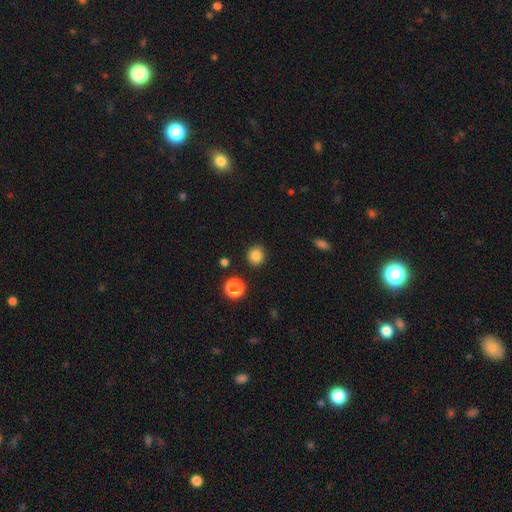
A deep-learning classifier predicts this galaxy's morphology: type=smooth (84%); roundness=round (89%); merging=none (89%).